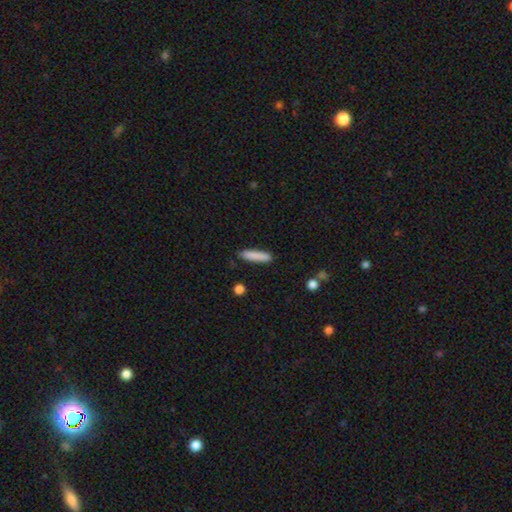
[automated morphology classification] A smooth galaxy with no disk features (85%) that is cigar-shaped (85%). Merging: none (87%).